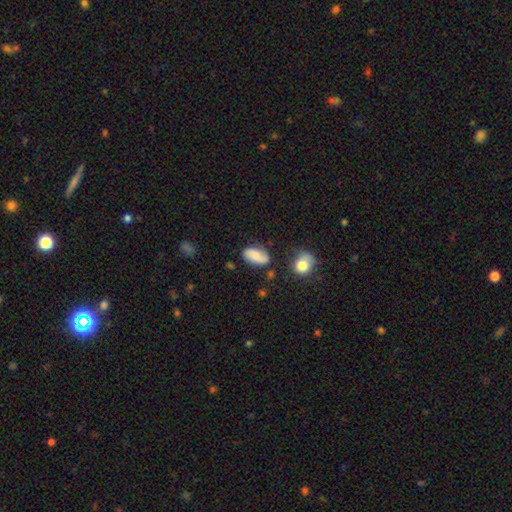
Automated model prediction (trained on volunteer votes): Smooth or featured? Predicted: smooth (p=0.65). How rounded? Predicted: in between (p=0.91). Merging? Predicted: none (p=0.69).